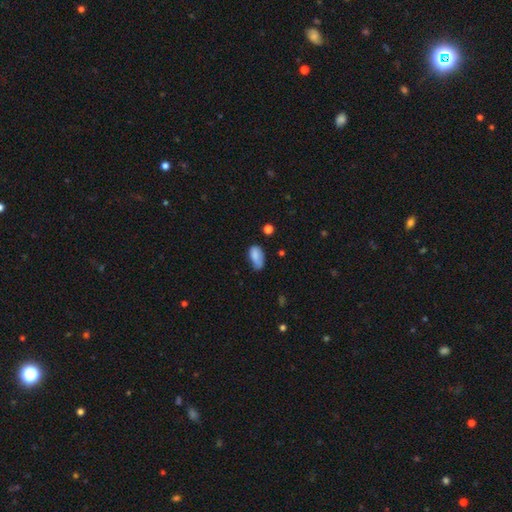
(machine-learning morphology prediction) Smooth or featured? smooth (80%)
How rounded? in between (91%)
Merging? none (44%)